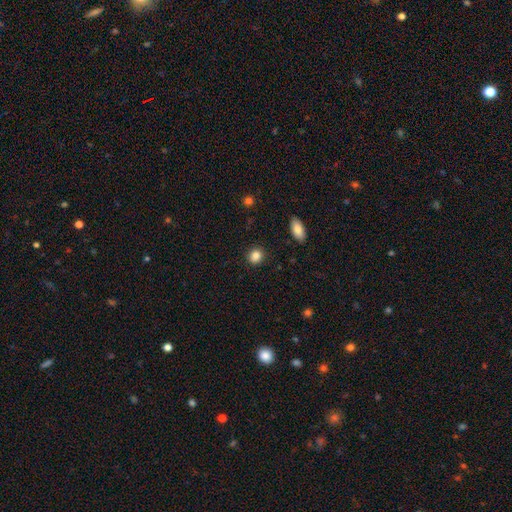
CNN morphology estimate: Smooth or featured: smooth — 85% (star or artifact — 9%)
How rounded: round — 77% (in between — 22%)
Merging: none — 89% (minor disturbance — 7%)